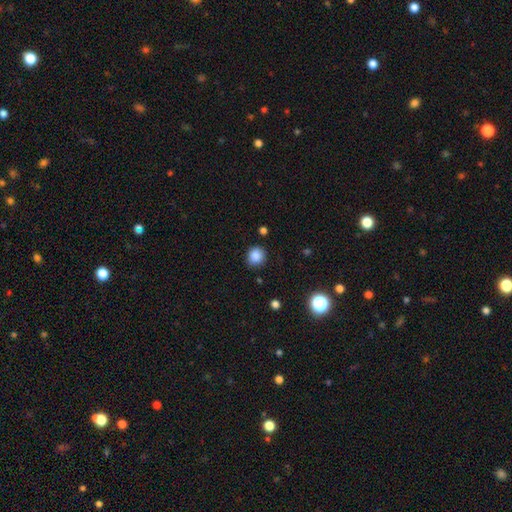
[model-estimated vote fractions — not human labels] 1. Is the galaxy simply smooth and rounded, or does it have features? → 86% smooth, 10% star or artifact, 3% featured or disk.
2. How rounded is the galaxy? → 86% round, 13% in between, 1% cigar-shaped.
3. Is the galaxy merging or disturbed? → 87% none, 9% minor disturbance, 2% major disturbance, 2% merger.